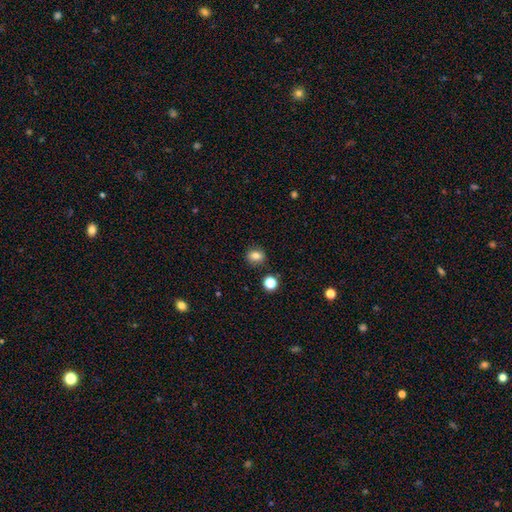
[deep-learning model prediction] smooth 79%, star or artifact 12%, featured or disk 9%. Down the decision tree: how rounded — round (67%); merging — none (86%).